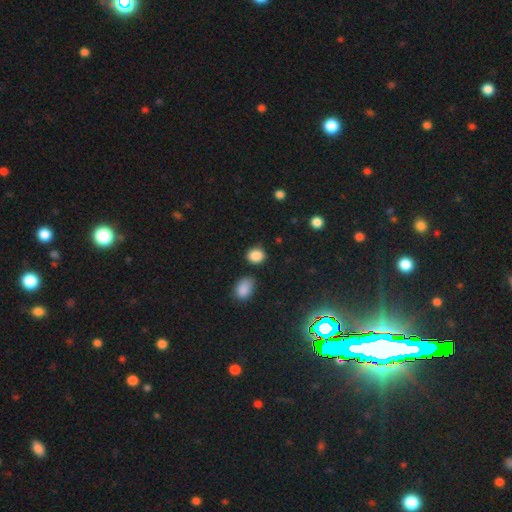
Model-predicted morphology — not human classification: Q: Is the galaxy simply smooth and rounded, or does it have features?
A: smooth — 86%.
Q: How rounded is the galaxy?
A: round — 63%.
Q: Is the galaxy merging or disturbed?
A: none — 74%.